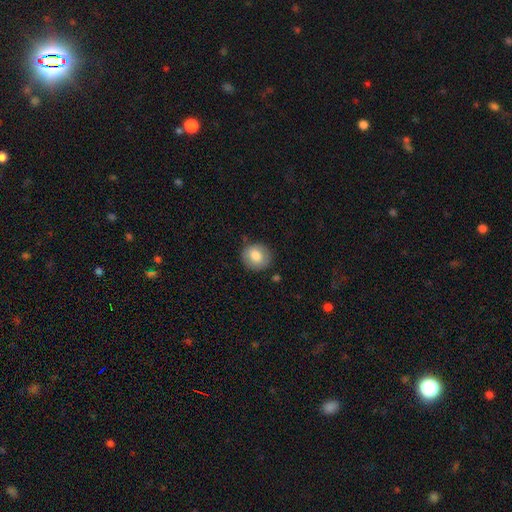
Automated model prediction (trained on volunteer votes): Overall: smooth (80%). How rounded: round (82%). Merging: none (84%).